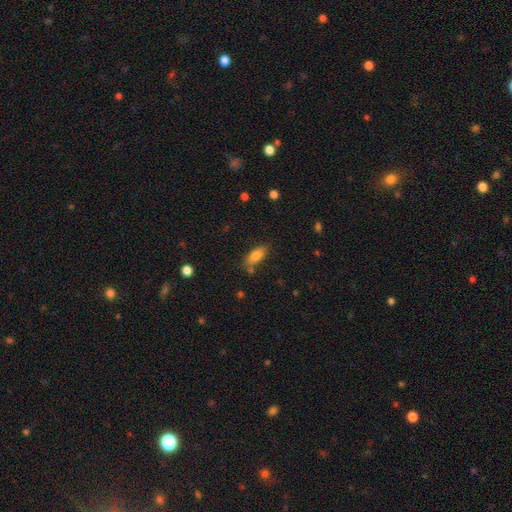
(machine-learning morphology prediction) A smooth galaxy with no disk features (79%) that is in between round and cigar-shaped (79%). Merging: none (70%).